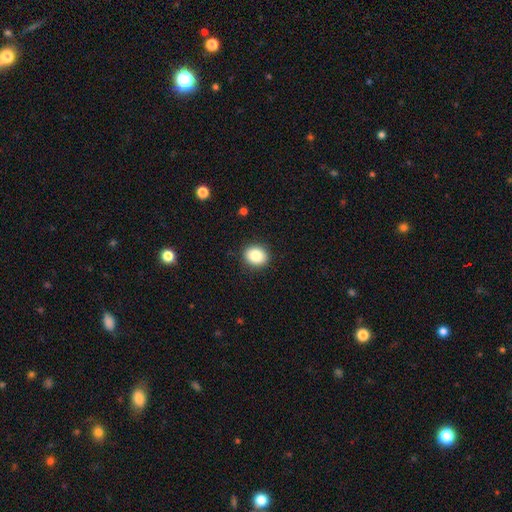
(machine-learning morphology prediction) Smooth or featured?
  - smooth: 85% *
  - star or artifact: 9%
  - featured or disk: 6%
How rounded?
  - round: 64% *
  - in between: 35%
  - cigar-shaped: 1%
Merging?
  - none: 90% *
  - minor disturbance: 7%
  - major disturbance: 2%
  - merger: 1%